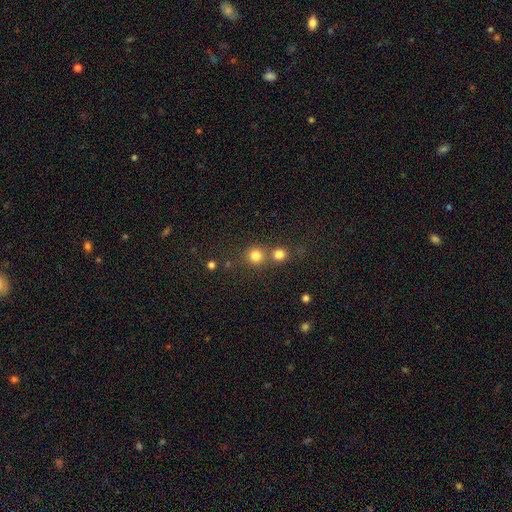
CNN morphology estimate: smooth-or-featured: smooth: 80% | star or artifact: 15% | featured or disk: 6%
  how-rounded: round: 92% | in between: 7% | cigar-shaped: 1%
  merging: none: 63% | merger: 28% | minor disturbance: 6% | major disturbance: 3%